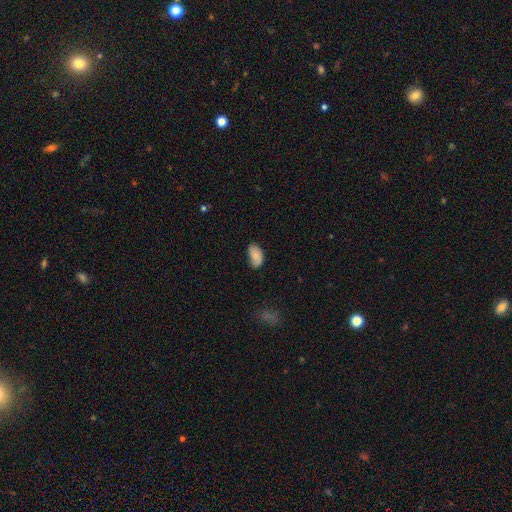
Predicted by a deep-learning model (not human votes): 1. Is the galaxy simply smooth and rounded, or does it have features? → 78% smooth, 14% featured or disk, 7% star or artifact.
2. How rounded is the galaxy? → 93% in between, 5% round, 2% cigar-shaped.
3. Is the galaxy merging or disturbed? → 60% none, 31% minor disturbance, 7% major disturbance, 2% merger.